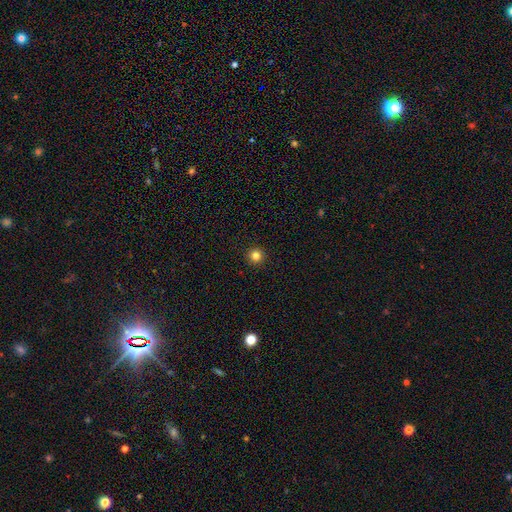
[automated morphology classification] Smooth or featured? smooth (82%)
How rounded? round (96%)
Merging? none (94%)